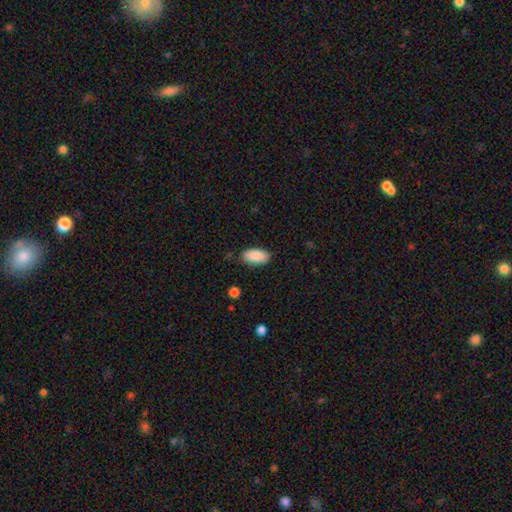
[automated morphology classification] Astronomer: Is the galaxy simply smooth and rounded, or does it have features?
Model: smooth — 90%.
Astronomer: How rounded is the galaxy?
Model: in between — 92%.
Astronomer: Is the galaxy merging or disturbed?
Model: none — 85%.